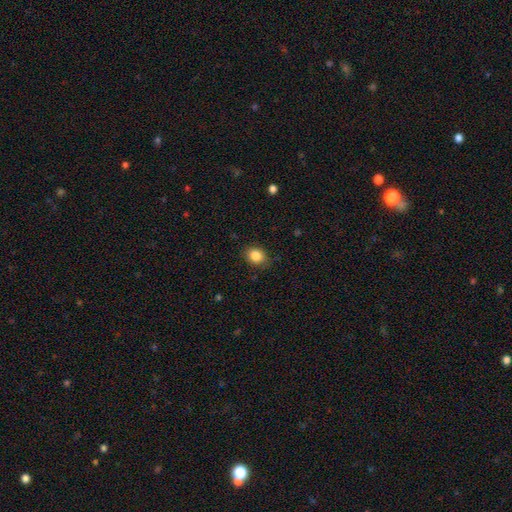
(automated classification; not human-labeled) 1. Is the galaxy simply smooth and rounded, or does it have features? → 86% smooth, 9% star or artifact, 5% featured or disk.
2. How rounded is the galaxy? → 51% in between, 49% round, 1% cigar-shaped.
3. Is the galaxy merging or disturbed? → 83% none, 13% minor disturbance, 3% major disturbance, 1% merger.